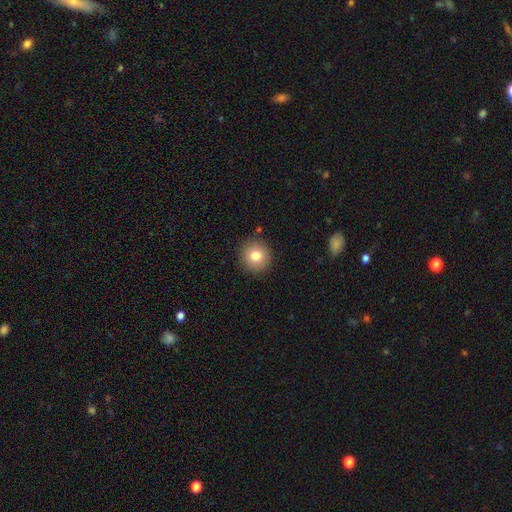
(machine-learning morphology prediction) This appears to be a smooth galaxy with no disk features (79%) that is round (94%). Merging: none (89%).